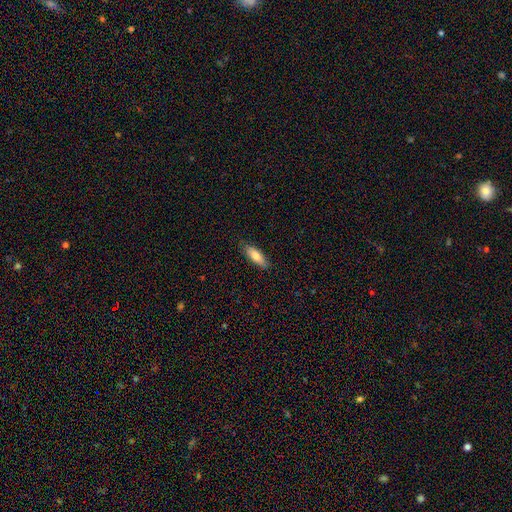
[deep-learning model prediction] smooth 76%, featured or disk 18%, star or artifact 6%. Down the decision tree: how rounded — in between (59%); merging — none (84%).